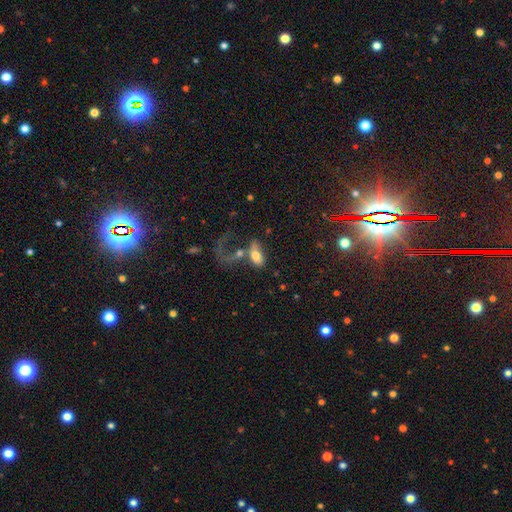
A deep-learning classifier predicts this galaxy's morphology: Smooth or featured?
  - smooth: 63% *
  - featured or disk: 28%
  - star or artifact: 9%
How rounded?
  - in between: 87% *
  - round: 7%
  - cigar-shaped: 6%
Merging?
  - merger: 41% *
  - major disturbance: 27%
  - none: 22%
  - minor disturbance: 10%